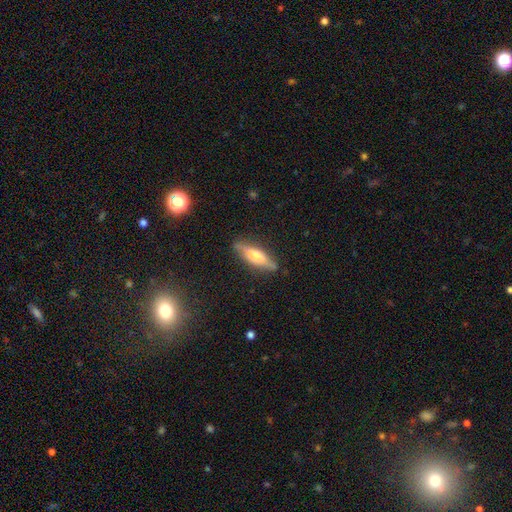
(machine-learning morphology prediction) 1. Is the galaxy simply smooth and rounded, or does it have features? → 49% featured or disk, 44% smooth, 7% star or artifact.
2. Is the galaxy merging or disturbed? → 82% none, 13% minor disturbance, 3% major disturbance, 2% merger.